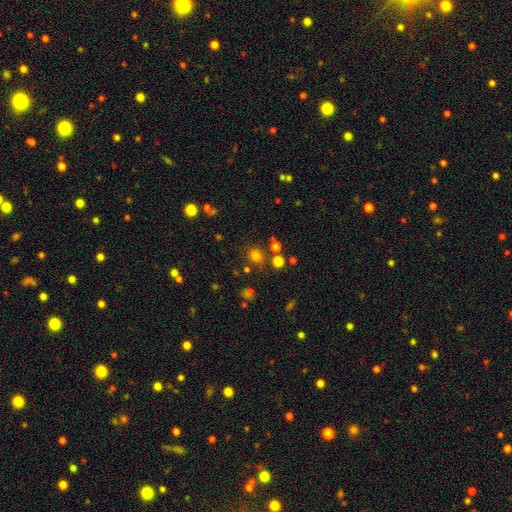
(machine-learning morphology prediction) Smooth or featured? Predicted: smooth (p=0.74). How rounded? Predicted: round (p=0.79). Merging? Predicted: none (p=0.76).